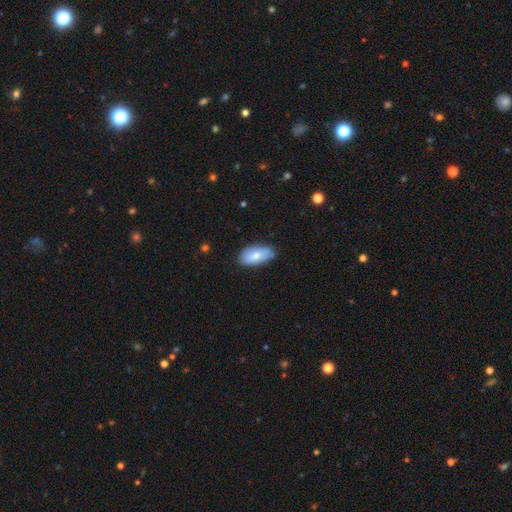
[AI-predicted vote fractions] This appears to be a smooth galaxy with no disk features (77%) that is in between round and cigar-shaped (93%). Merging: none (74%).